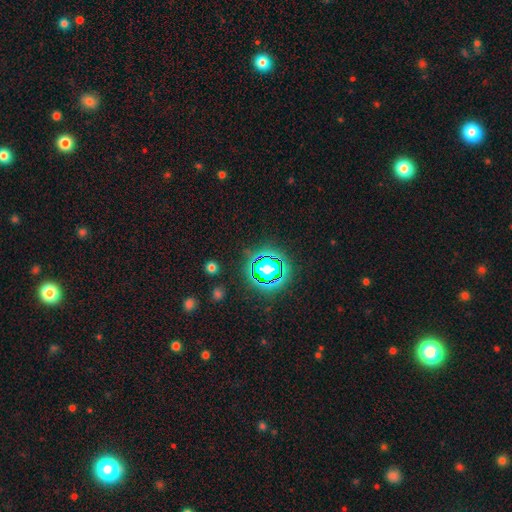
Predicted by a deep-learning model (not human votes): Smooth or featured? star or artifact (80%)